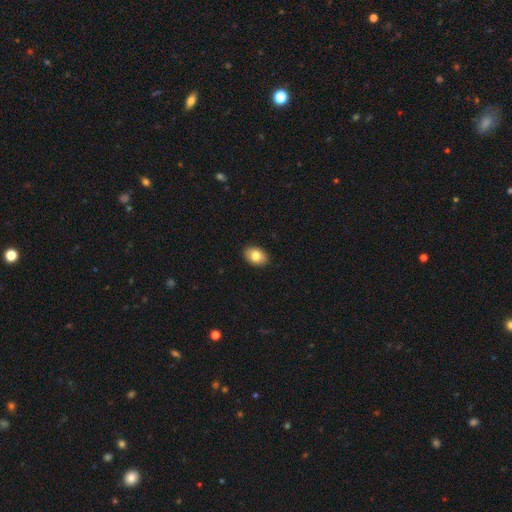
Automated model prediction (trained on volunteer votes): Smooth or featured? smooth (83%)
How rounded? in between (83%)
Merging? none (90%)